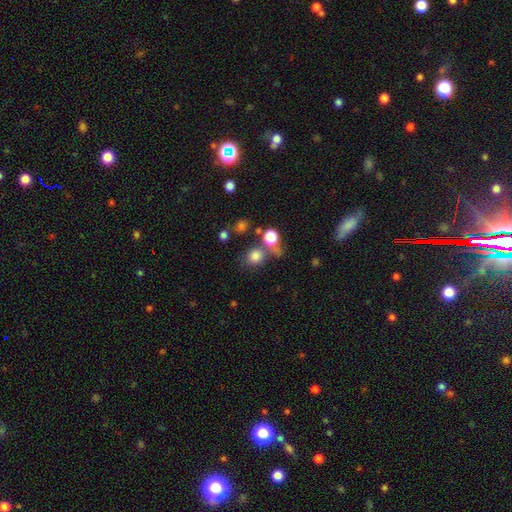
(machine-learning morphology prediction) Q: Smooth or featured?
A: smooth (79%); runner-up: star or artifact (13%)
Q: How rounded?
A: round (82%); runner-up: in between (17%)
Q: Merging?
A: none (58%); runner-up: merger (22%)